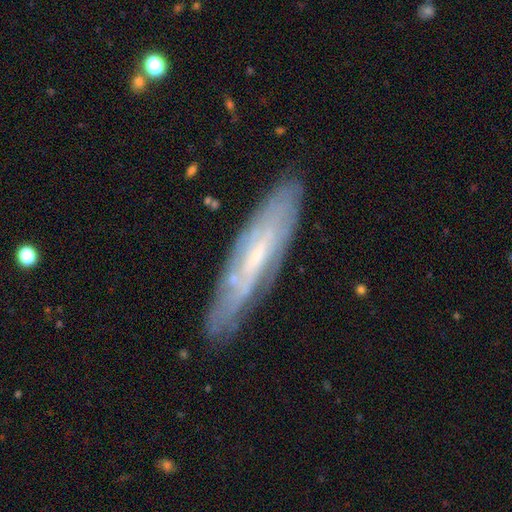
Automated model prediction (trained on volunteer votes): This appears to be a featured or disk galaxy (66%). Merging: none (80%).